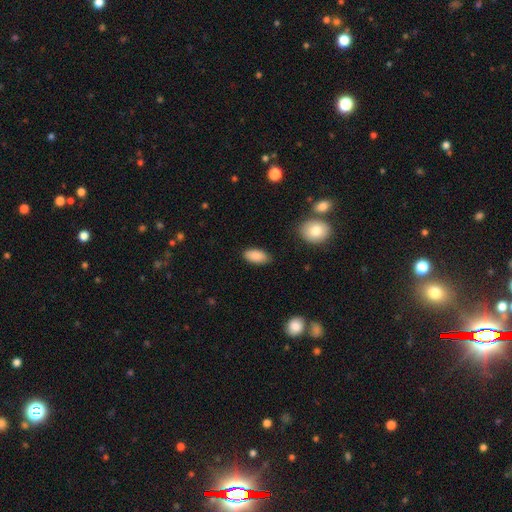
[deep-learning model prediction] smooth-or-featured: smooth: 87% | star or artifact: 7% | featured or disk: 6%
  how-rounded: in between: 92% | cigar-shaped: 5% | round: 3%
  merging: none: 84% | minor disturbance: 12% | major disturbance: 2% | merger: 1%